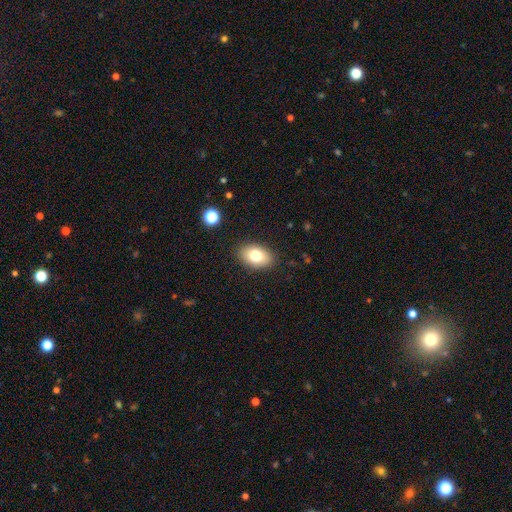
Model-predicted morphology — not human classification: This appears to be a smooth galaxy with no disk features (77%) that is in between round and cigar-shaped (86%). Merging: none (87%).